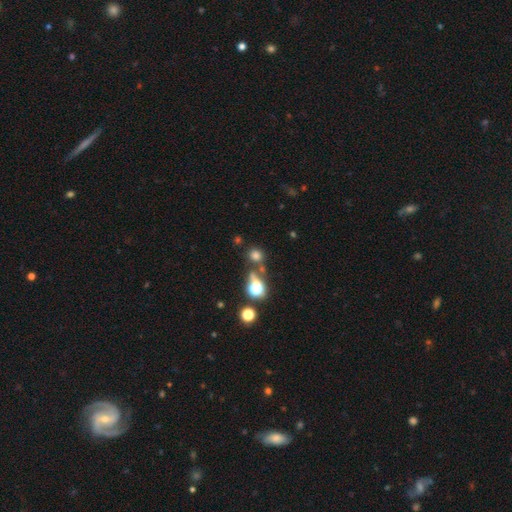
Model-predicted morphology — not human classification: Q: Smooth or featured?
A: smooth (67%); runner-up: star or artifact (25%)
Q: How rounded?
A: round (84%); runner-up: in between (14%)
Q: Merging?
A: none (65%); runner-up: merger (19%)